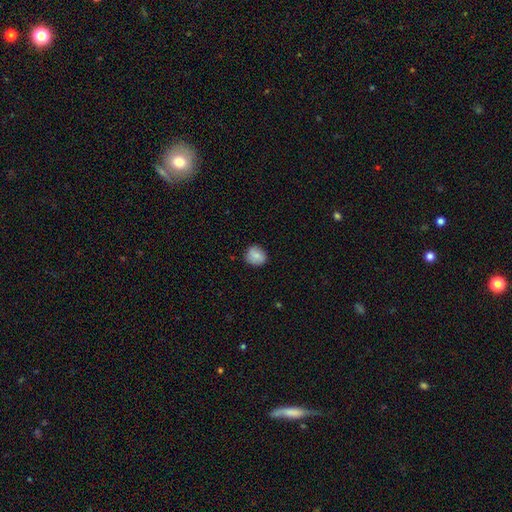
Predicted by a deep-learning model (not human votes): smooth_or_featured: smooth (p=0.83) [alt: featured or disk p=0.09]
how_rounded: round (p=0.78) [alt: in between p=0.21]
merging: none (p=0.83) [alt: minor disturbance p=0.13]